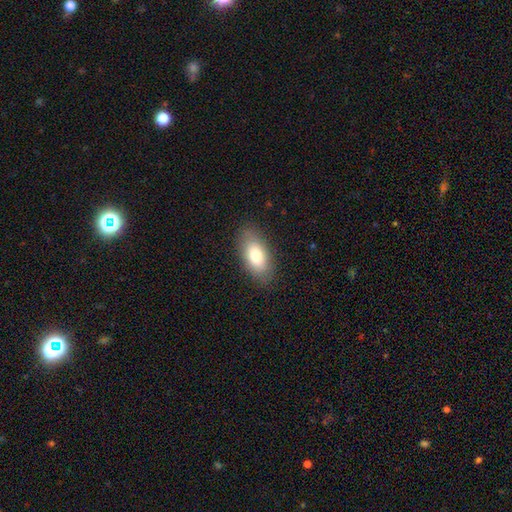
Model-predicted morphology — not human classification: smooth_or_featured: smooth (p=0.78) [alt: featured or disk p=0.15]
how_rounded: in between (p=0.90) [alt: cigar-shaped p=0.07]
merging: none (p=0.85) [alt: minor disturbance p=0.11]